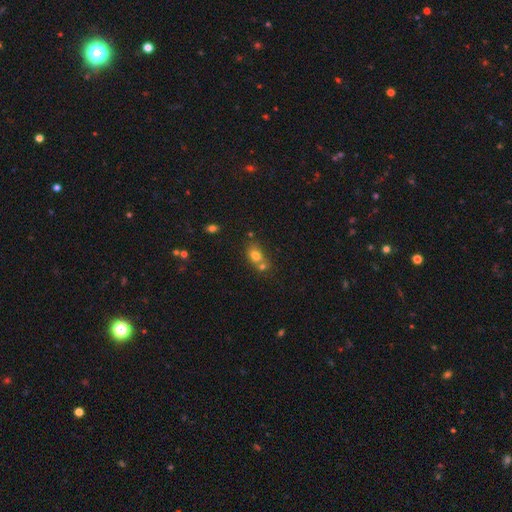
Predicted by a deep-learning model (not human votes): Smooth or featured? smooth (74%)
How rounded? in between (54%)
Merging? merger (47%)